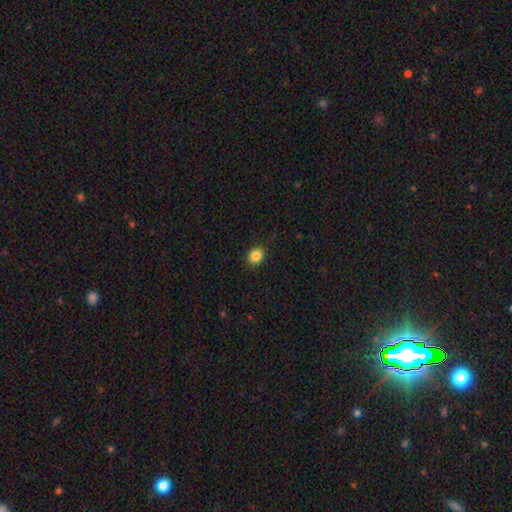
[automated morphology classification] type=smooth (85%); roundness=round (72%); merging=none (88%).